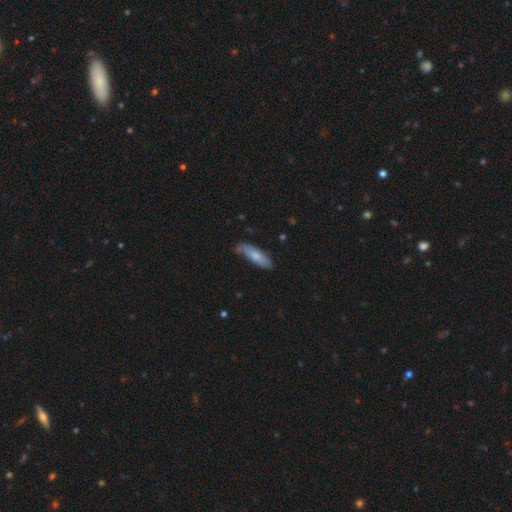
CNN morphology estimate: Smooth or featured? smooth (71%)
How rounded? cigar-shaped (55%)
Merging? none (66%)